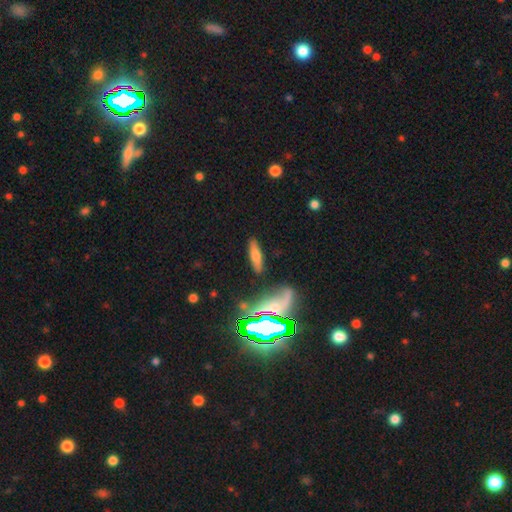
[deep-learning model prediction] Q: Smooth or featured?
A: smooth (54%); runner-up: featured or disk (27%)
Q: How rounded?
A: cigar-shaped (65%); runner-up: in between (30%)
Q: Merging?
A: none (82%); runner-up: minor disturbance (11%)